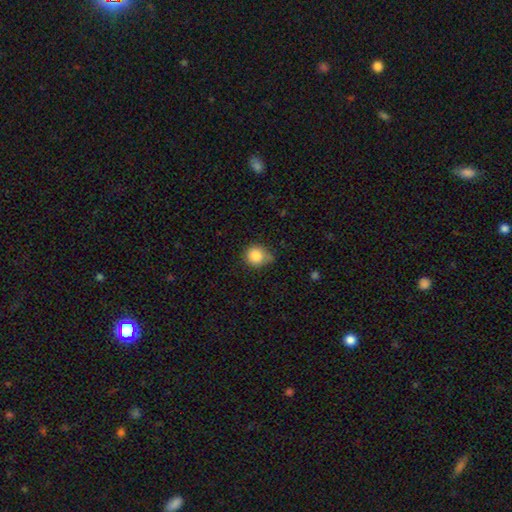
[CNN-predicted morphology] Smooth or featured: smooth — 85% (star or artifact — 10%)
How rounded: round — 85% (in between — 14%)
Merging: none — 59% (minor disturbance — 31%)